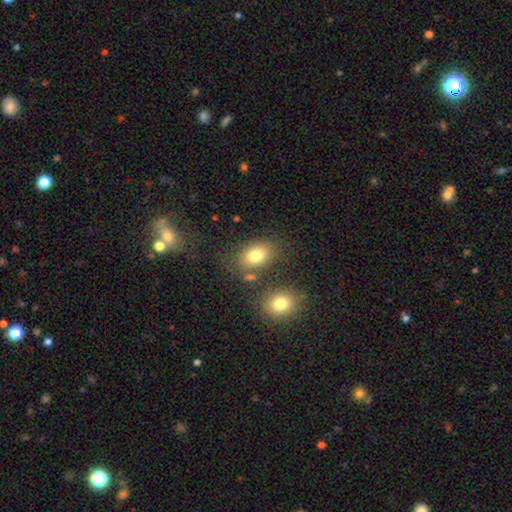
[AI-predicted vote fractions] smooth-or-featured: smooth: 80% | featured or disk: 11% | star or artifact: 10%
  how-rounded: in between: 76% | round: 23% | cigar-shaped: 1%
  merging: none: 68% | minor disturbance: 14% | merger: 13% | major disturbance: 6%